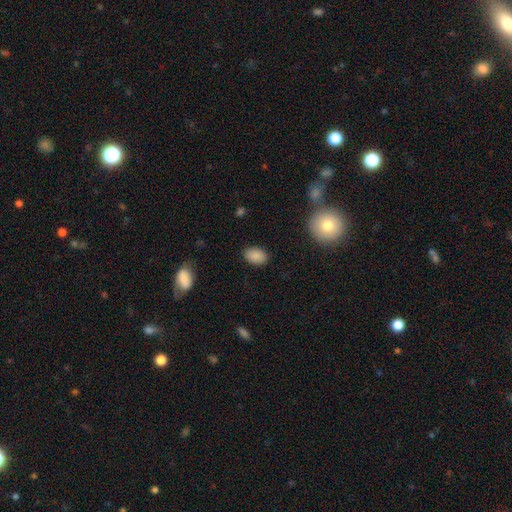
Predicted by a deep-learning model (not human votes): The model was most divided on "how rounded": in between: 87%, round: 12%, cigar-shaped: 1%. More confident: smooth or featured — smooth (87%); merging — none (87%).